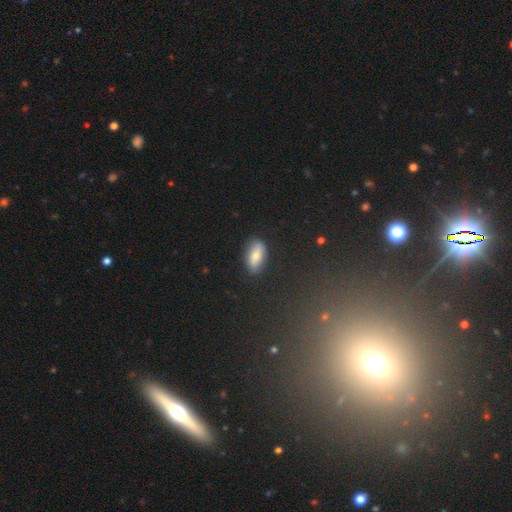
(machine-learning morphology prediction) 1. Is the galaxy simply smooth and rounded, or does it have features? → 72% smooth, 19% featured or disk, 9% star or artifact.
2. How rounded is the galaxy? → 89% in between, 7% cigar-shaped, 4% round.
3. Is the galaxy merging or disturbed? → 82% none, 13% minor disturbance, 3% major disturbance, 1% merger.